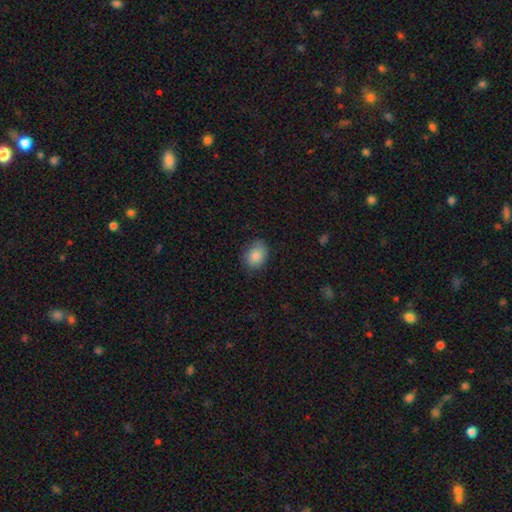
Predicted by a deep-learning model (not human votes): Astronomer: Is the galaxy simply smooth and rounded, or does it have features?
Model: smooth — 87%.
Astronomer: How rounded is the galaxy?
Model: in between — 66%.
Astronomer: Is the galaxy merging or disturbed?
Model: none — 78%.